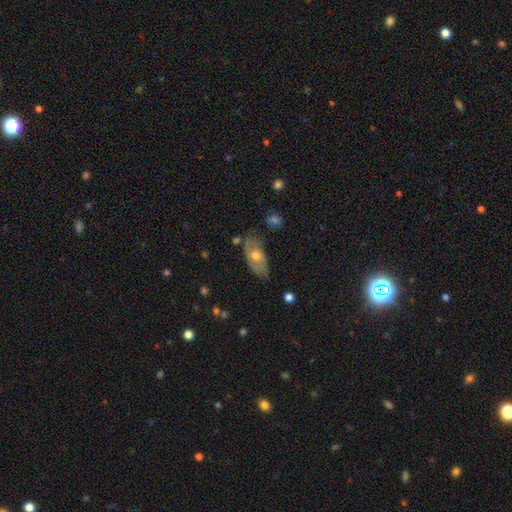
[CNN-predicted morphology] Overall: smooth (50%; featured or disk 43%). Merging: none (62%; minor disturbance 27%).